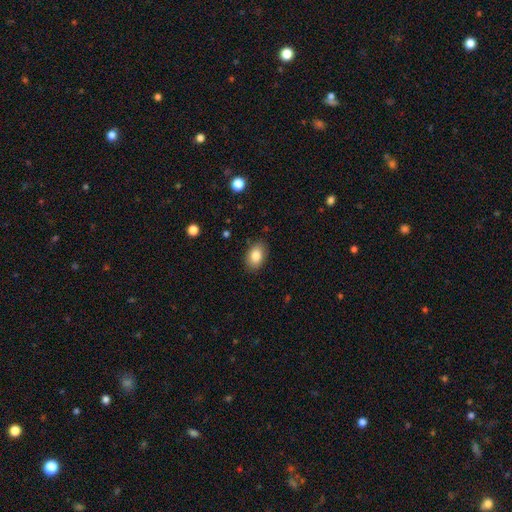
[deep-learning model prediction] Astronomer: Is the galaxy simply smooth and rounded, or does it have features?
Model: smooth — 85%.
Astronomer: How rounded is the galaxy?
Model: in between — 85%.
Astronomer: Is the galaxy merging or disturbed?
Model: none — 86%.